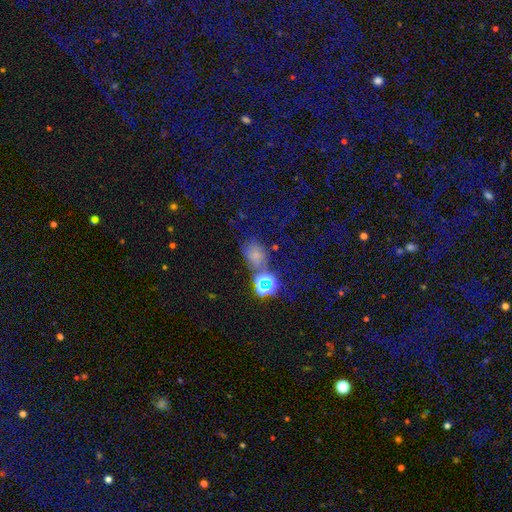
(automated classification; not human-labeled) A smooth galaxy with no disk features (56%) that is in between round and cigar-shaped (63%). Merging: none (53%).